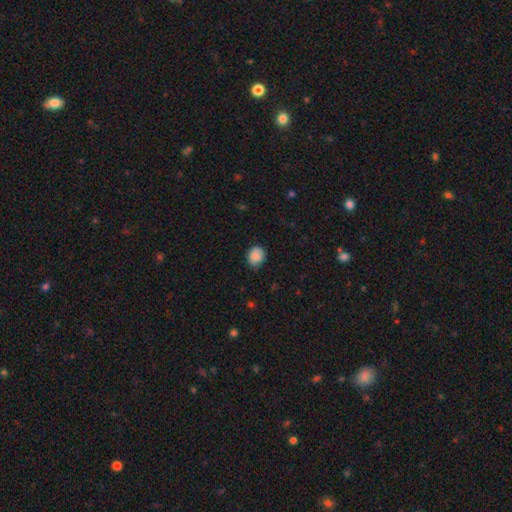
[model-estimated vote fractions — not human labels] smooth-or-featured: smooth: 87% | star or artifact: 8% | featured or disk: 4%
  how-rounded: round: 63% | in between: 36% | cigar-shaped: 1%
  merging: none: 73% | minor disturbance: 22% | major disturbance: 3% | merger: 1%